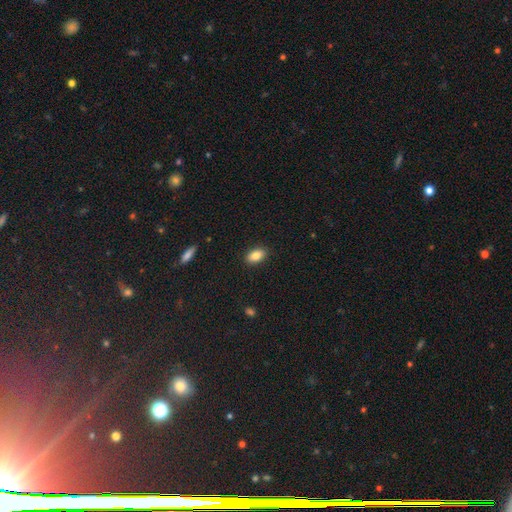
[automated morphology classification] Smooth or featured?
  - smooth: 85% *
  - star or artifact: 8%
  - featured or disk: 7%
How rounded?
  - in between: 89% *
  - round: 8%
  - cigar-shaped: 3%
Merging?
  - none: 88% *
  - minor disturbance: 9%
  - major disturbance: 2%
  - merger: 1%